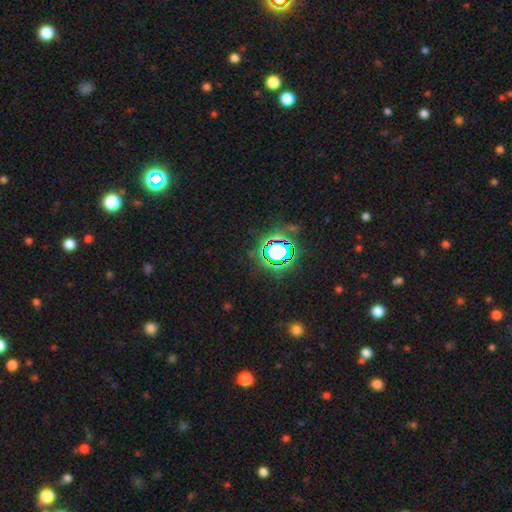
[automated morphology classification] type=star or artifact (79%).